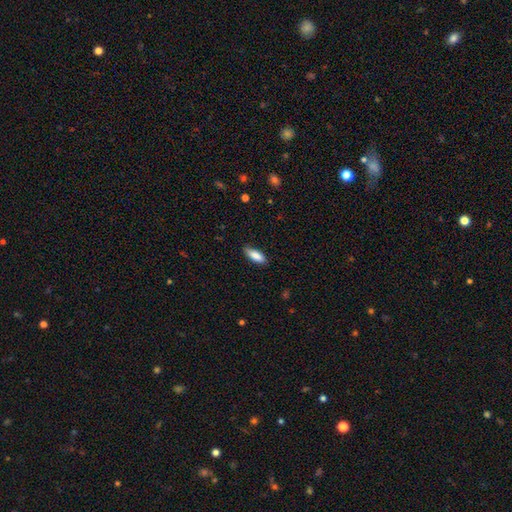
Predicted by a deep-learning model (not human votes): Q: Smooth or featured?
A: smooth (86%); runner-up: featured or disk (8%)
Q: How rounded?
A: in between (70%); runner-up: cigar-shaped (28%)
Q: Merging?
A: none (83%); runner-up: minor disturbance (13%)